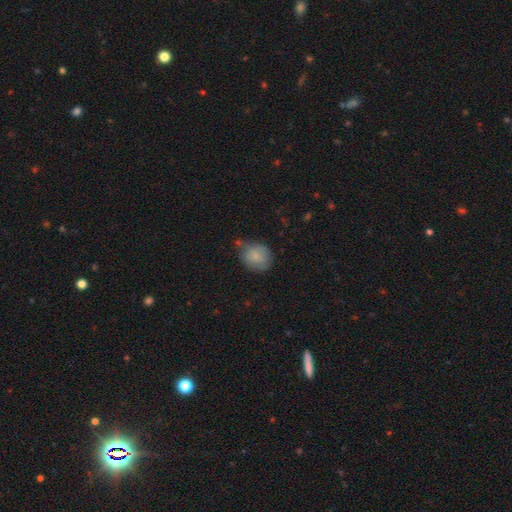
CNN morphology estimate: Smooth or featured? Predicted: smooth (p=0.81). How rounded? Predicted: round (p=0.63). Merging? Predicted: none (p=0.52).